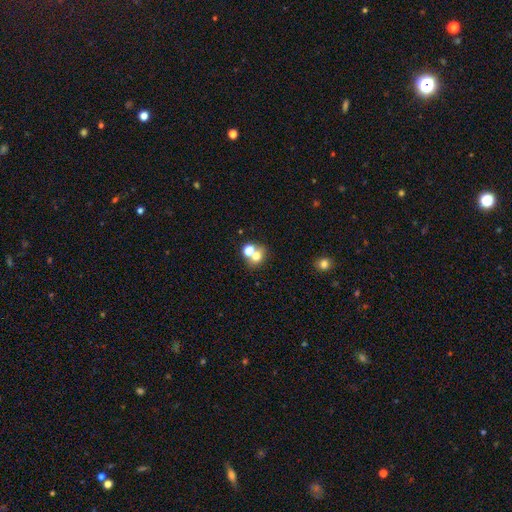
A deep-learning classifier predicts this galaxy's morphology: A smooth galaxy with no disk features (68%) that is round (68%). Merging: merger (46%).